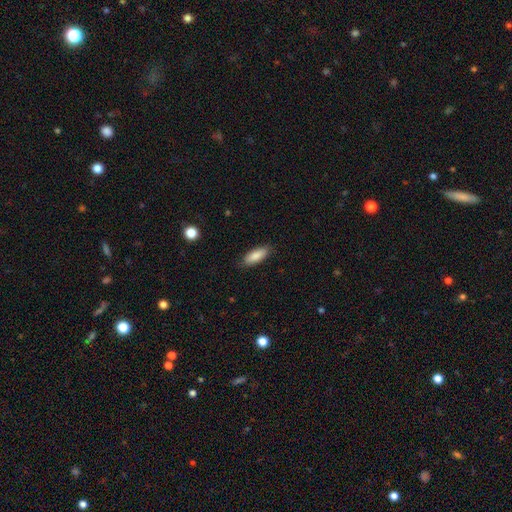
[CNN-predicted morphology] This is clearly a smooth galaxy (86%). How rounded: likely in between (70%). Merging: clearly none (85%).